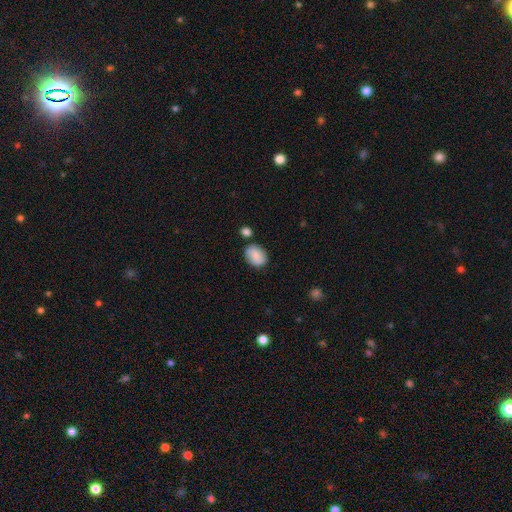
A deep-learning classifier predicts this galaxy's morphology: smooth-or-featured: smooth: 79% | featured or disk: 13% | star or artifact: 8%
  how-rounded: in between: 71% | round: 28% | cigar-shaped: 1%
  merging: none: 73% | minor disturbance: 15% | merger: 9% | major disturbance: 3%